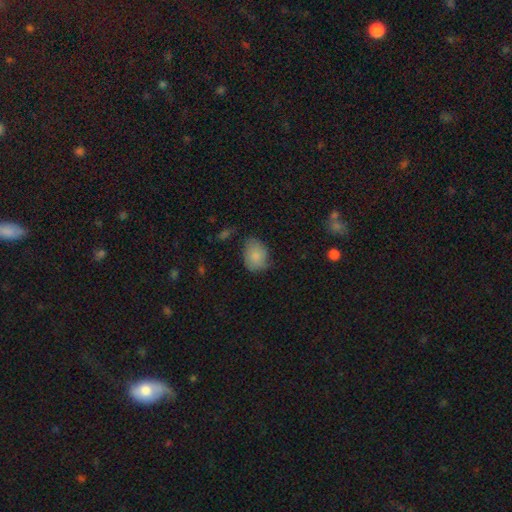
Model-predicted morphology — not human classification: Overall: smooth (80%). How rounded: in between (62%; round 37%). Merging: none (58%; minor disturbance 32%).